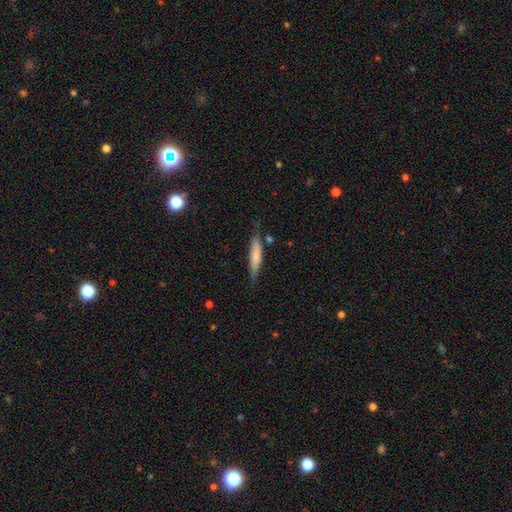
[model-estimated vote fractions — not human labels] smooth-or-featured: smooth: 71% | featured or disk: 23% | star or artifact: 6%
  how-rounded: cigar-shaped: 82% | in between: 16% | round: 1%
  merging: none: 71% | minor disturbance: 21% | major disturbance: 4% | merger: 4%